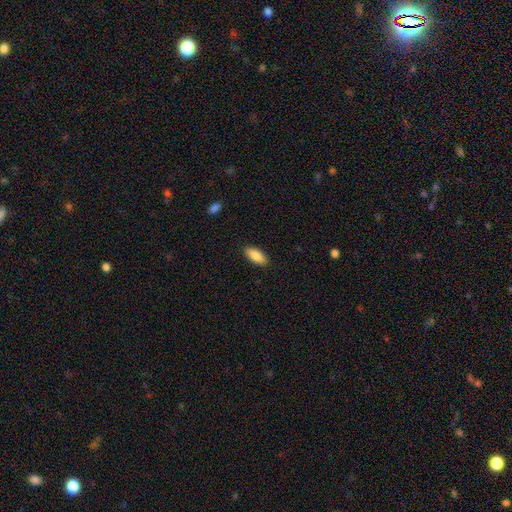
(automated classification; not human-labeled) This appears to be a smooth galaxy with no disk features (87%) that is in between round and cigar-shaped (85%). Merging: none (89%).